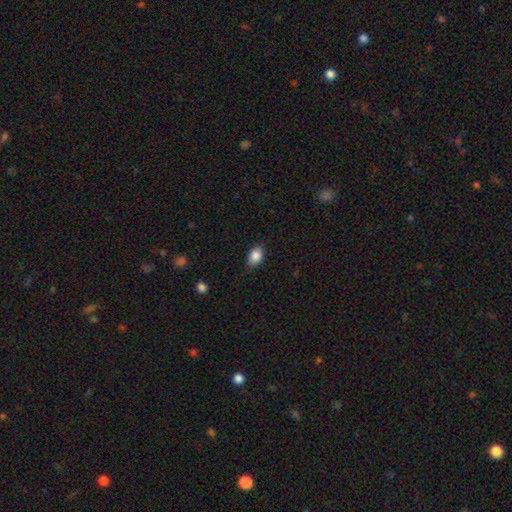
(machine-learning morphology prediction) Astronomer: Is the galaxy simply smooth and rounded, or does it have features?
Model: smooth — 86%.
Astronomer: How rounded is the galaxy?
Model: in between — 82%.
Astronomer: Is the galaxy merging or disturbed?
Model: none — 82%.